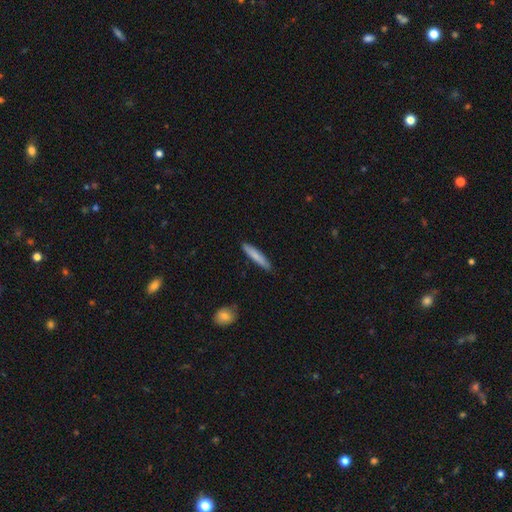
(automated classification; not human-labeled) Morphology: type=smooth (77%); roundness=cigar-shaped (91%); merging=none (85%).